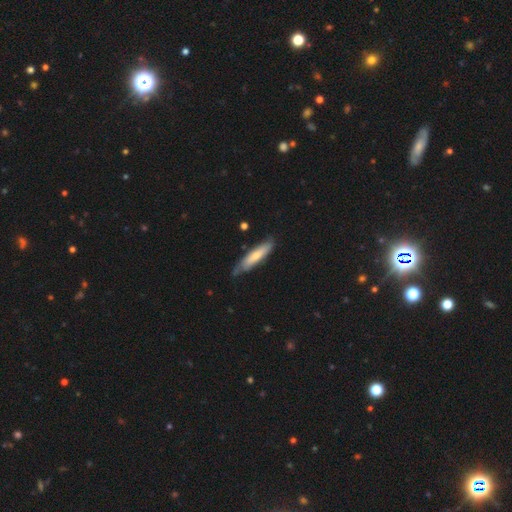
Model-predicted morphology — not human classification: A smooth galaxy with no disk features (62%) that is cigar-shaped (79%).

Vote fractions:
- Smooth or featured? smooth: 62% / featured or disk: 33% / star or artifact: 5%
- How rounded? cigar-shaped: 79% / in between: 20% / round: 1%
- Merging? none: 67% / minor disturbance: 26% / major disturbance: 4% / merger: 2%